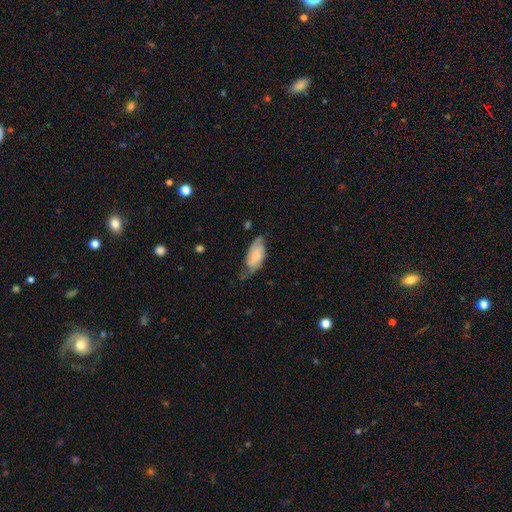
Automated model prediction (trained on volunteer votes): This appears to be a featured or disk galaxy (50%). Merging: none (55%).